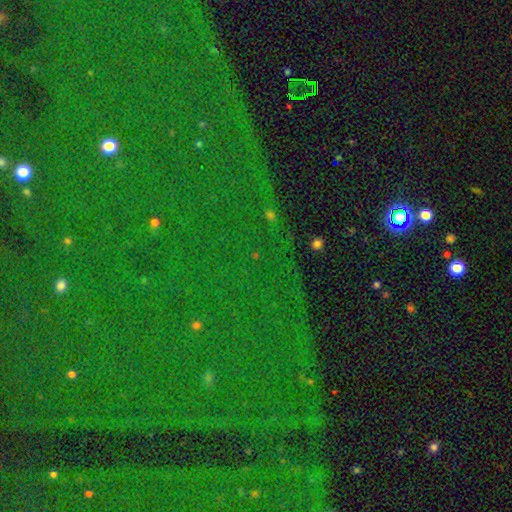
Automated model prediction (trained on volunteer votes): Overall: star or artifact (74%).